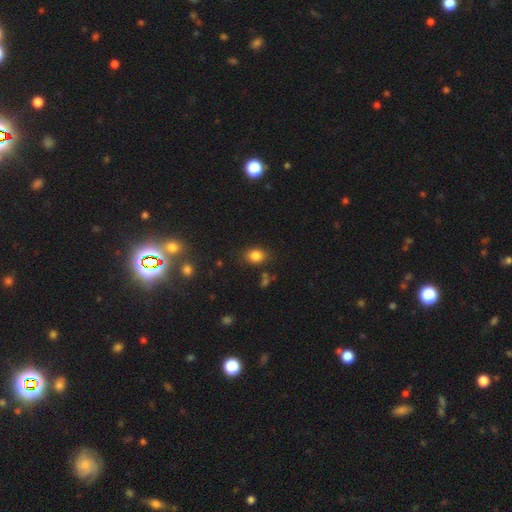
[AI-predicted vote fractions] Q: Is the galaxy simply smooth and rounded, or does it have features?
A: smooth — 83%.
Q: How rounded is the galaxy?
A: in between — 56%.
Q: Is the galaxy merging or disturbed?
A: none — 79%.